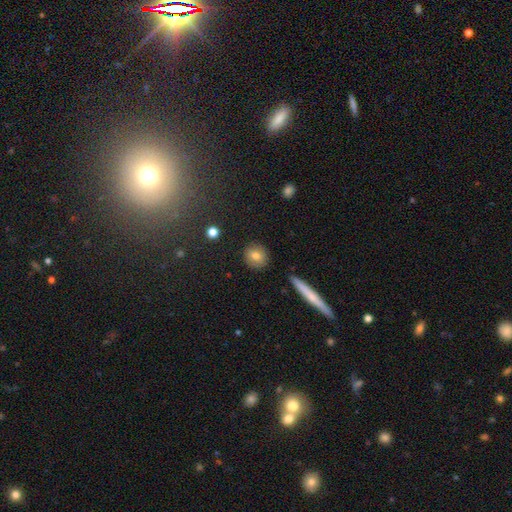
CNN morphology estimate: This appears to be a smooth galaxy with no disk features (79%) that is round (84%). Merging: none (89%).